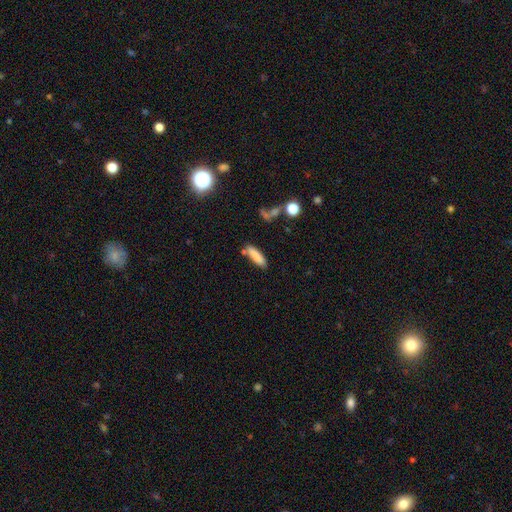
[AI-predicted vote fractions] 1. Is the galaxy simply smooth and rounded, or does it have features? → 82% smooth, 10% featured or disk, 8% star or artifact.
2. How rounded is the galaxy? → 58% cigar-shaped, 40% in between, 2% round.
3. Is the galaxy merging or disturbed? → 72% none, 15% minor disturbance, 9% merger, 4% major disturbance.